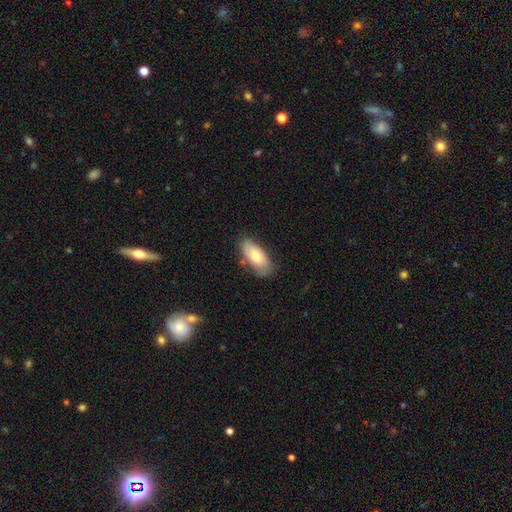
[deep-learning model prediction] The model was most divided on "smooth or featured": smooth: 66%, featured or disk: 28%, star or artifact: 6%. More confident: how rounded — in between (87%); merging — none (72%).